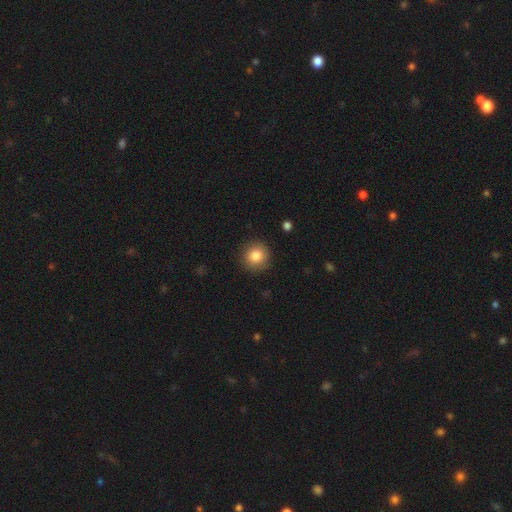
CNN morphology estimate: A smooth galaxy with no disk features (84%) that is round (93%).

Vote fractions:
- Smooth or featured? smooth: 84% / star or artifact: 9% / featured or disk: 6%
- How rounded? round: 93% / in between: 6% / cigar-shaped: 1%
- Merging? none: 89% / minor disturbance: 7% / major disturbance: 2% / merger: 1%